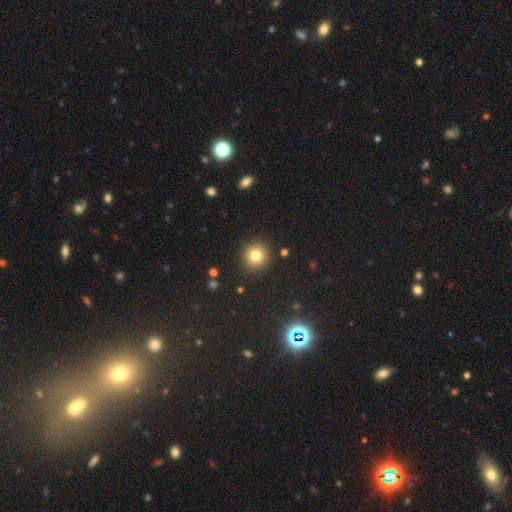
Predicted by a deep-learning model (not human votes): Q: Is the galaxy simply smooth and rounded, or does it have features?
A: smooth — 81%.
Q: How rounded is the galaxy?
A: round — 92%.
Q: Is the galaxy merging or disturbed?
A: none — 90%.